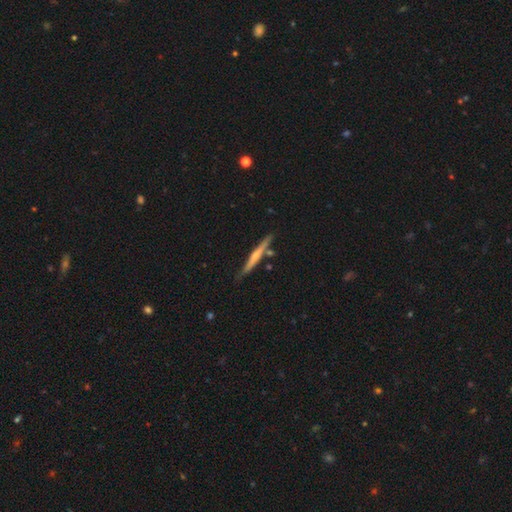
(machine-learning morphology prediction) type=featured or disk (54%); edge-on=yes (96%); edge-on bulge=rounded (54%); merging=none (79%).